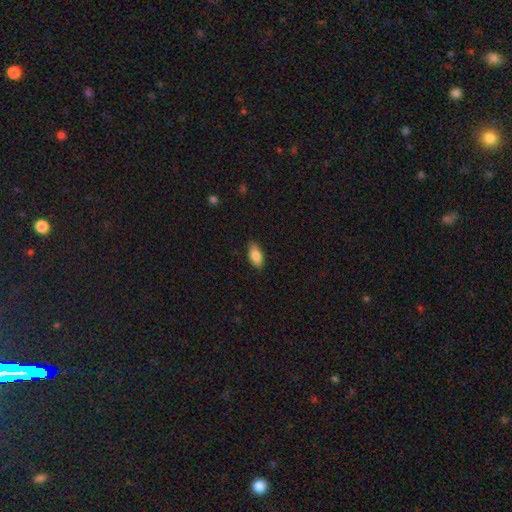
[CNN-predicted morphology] This appears to be a smooth galaxy with no disk features (84%) that is in between round and cigar-shaped (87%). Merging: none (85%).